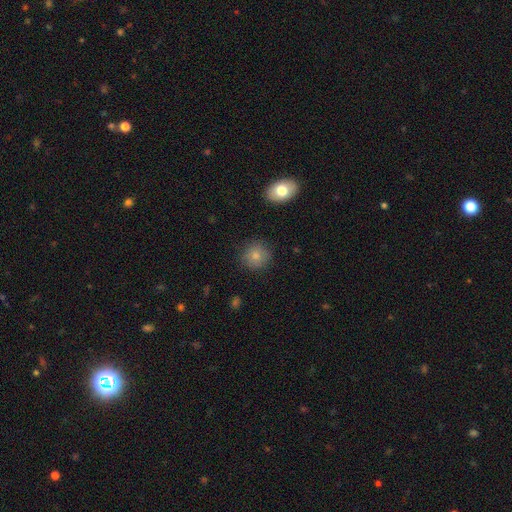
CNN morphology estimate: A smooth galaxy with no disk features (81%) that is round (89%).

Vote fractions:
- Smooth or featured? smooth: 81% / star or artifact: 10% / featured or disk: 9%
- How rounded? round: 89% / in between: 10% / cigar-shaped: 1%
- Merging? none: 85% / minor disturbance: 10% / major disturbance: 3% / merger: 2%